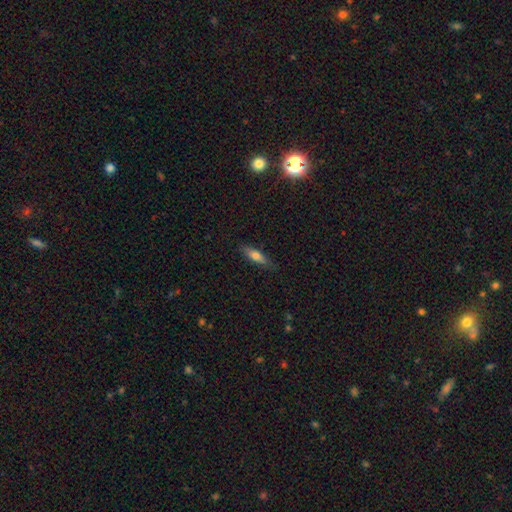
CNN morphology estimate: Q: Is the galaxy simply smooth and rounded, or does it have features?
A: smooth — 68%.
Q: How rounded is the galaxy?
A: cigar-shaped — 55%.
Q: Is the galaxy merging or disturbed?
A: none — 83%.